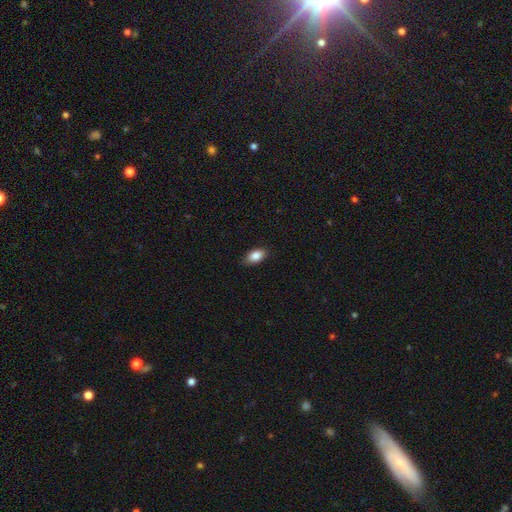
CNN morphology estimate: type=smooth (87%); roundness=in between (90%); merging=none (84%).